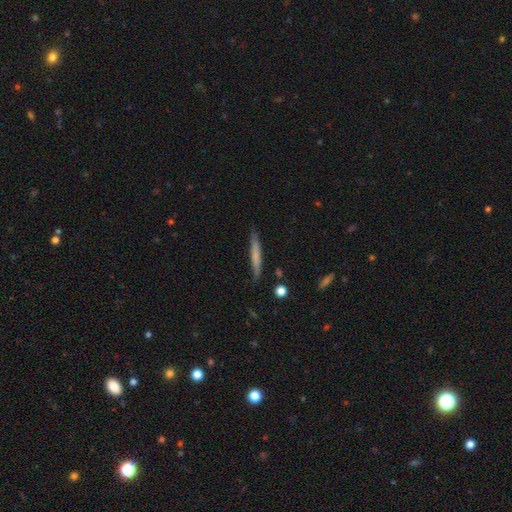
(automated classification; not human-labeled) smooth-or-featured: smooth: 63% | featured or disk: 31% | star or artifact: 6%
  how-rounded: cigar-shaped: 95% | in between: 4% | round: 1%
  merging: none: 84% | minor disturbance: 12% | major disturbance: 2% | merger: 2%